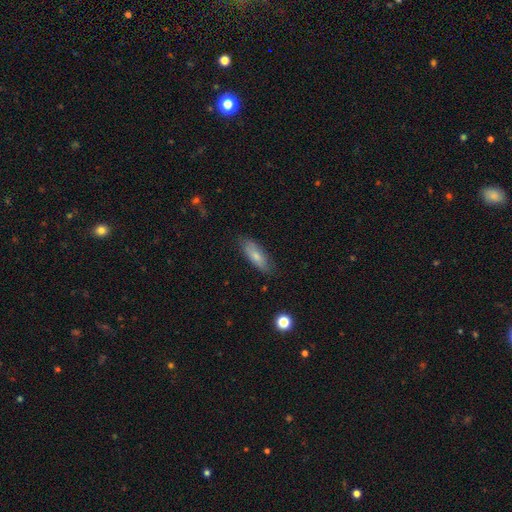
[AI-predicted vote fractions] Smooth or featured? Predicted: smooth (p=0.73). How rounded? Predicted: in between (p=0.67). Merging? Predicted: none (p=0.77).